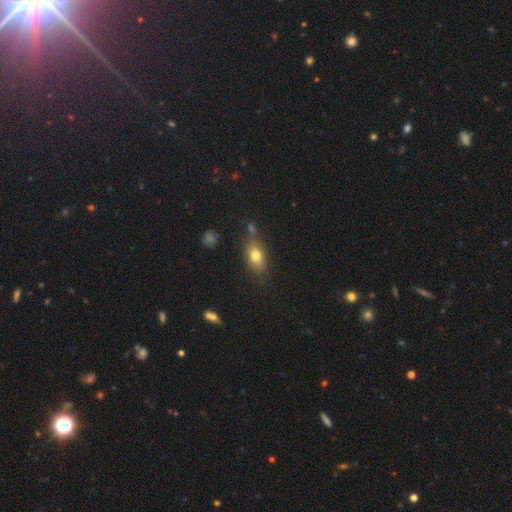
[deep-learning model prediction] smooth 76%, featured or disk 13%, star or artifact 11%. Down the decision tree: how rounded — in between (80%); merging — none (67%).